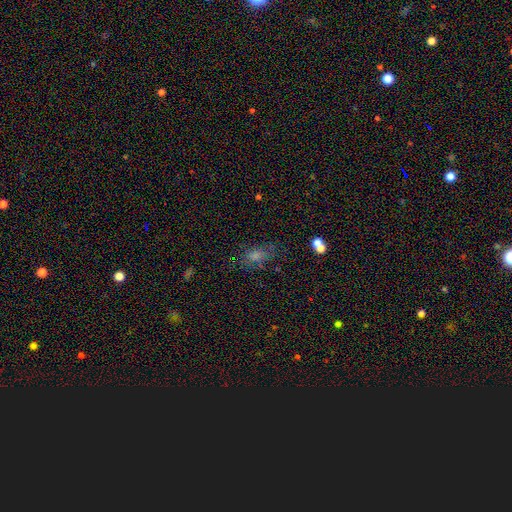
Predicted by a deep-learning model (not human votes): This appears to be a smooth galaxy with no disk features (50%) that is in between round and cigar-shaped (69%). Merging: none (71%).